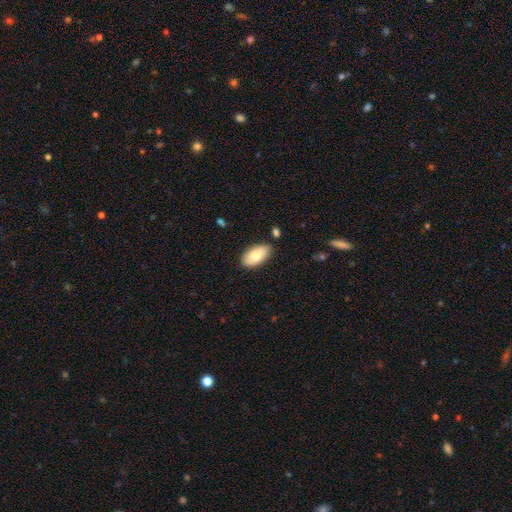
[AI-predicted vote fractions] Morphology: type=smooth (79%); roundness=in between (95%); merging=none (81%).